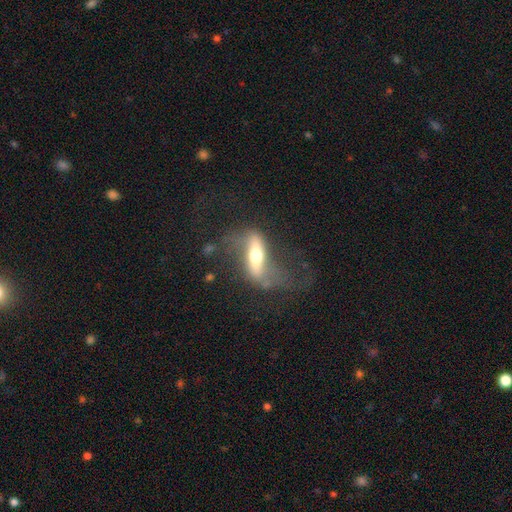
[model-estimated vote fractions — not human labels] Morphology: type=featured or disk (61%); edge-on=no (56%); merging=none (43%).